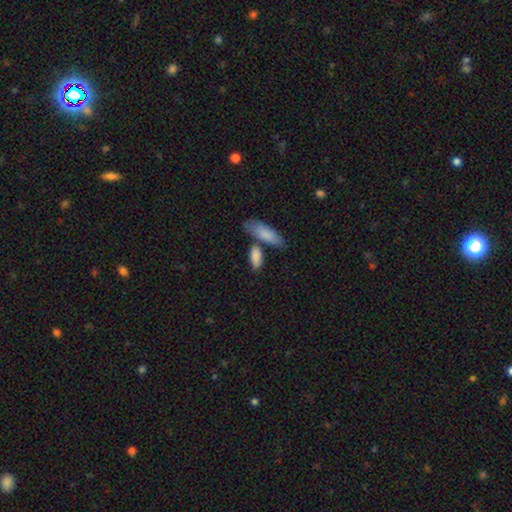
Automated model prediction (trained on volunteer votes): The model was most divided on "merging": none: 55%, merger: 26%, minor disturbance: 15%, major disturbance: 5%. More confident: smooth or featured — smooth (82%); how rounded — in between (69%).